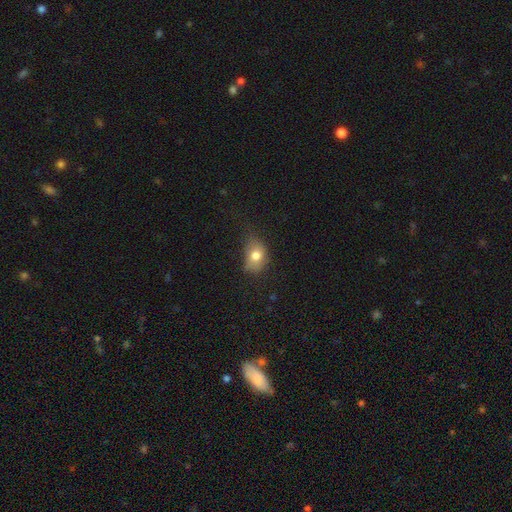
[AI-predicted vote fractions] Morphology: type=smooth (76%); roundness=in between (64%); merging=none (42%).